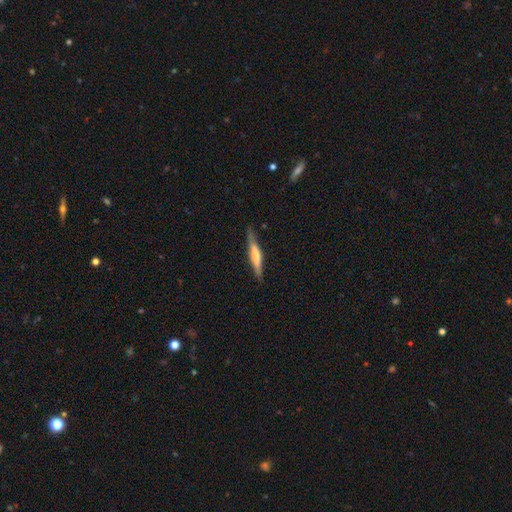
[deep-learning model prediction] The model was most divided on "smooth or featured": featured or disk: 48%, smooth: 46%, star or artifact: 6%. More confident: merging — none (81%).